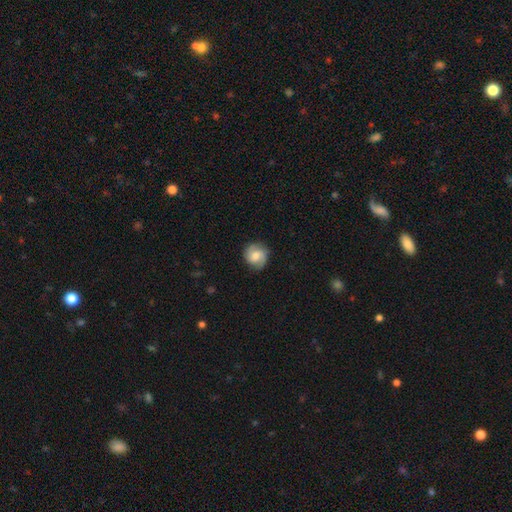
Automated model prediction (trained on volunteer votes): Smooth or featured: smooth — 47% (featured or disk — 46%)
Merging: none — 79% (minor disturbance — 16%)